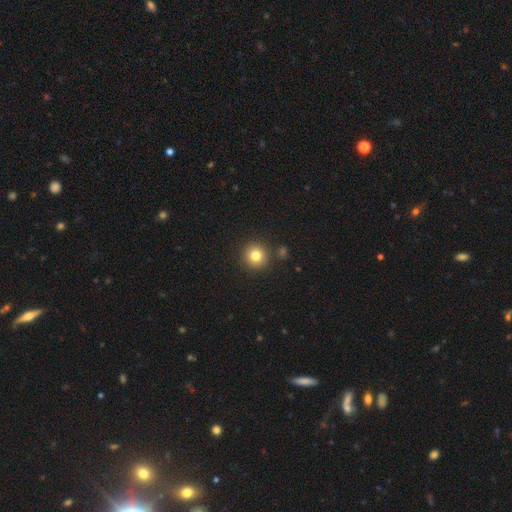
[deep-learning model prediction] A smooth galaxy with no disk features (80%) that is round (93%).

Vote fractions:
- Smooth or featured? smooth: 80% / star or artifact: 12% / featured or disk: 8%
- How rounded? round: 93% / in between: 6% / cigar-shaped: 1%
- Merging? none: 87% / minor disturbance: 6% / merger: 4% / major disturbance: 2%